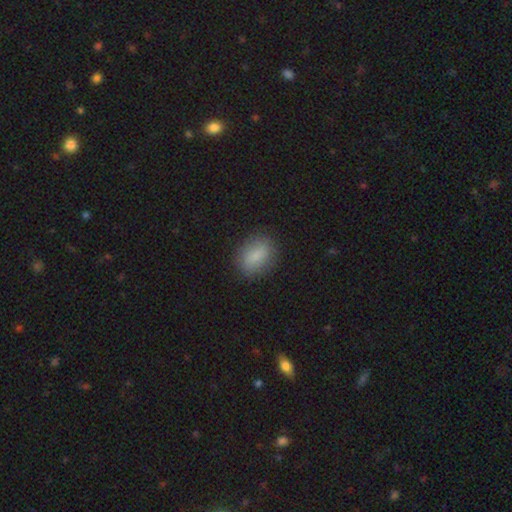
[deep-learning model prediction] Smooth or featured? Predicted: smooth (p=0.82). How rounded? Predicted: in between (p=0.71). Merging? Predicted: none (p=0.85).